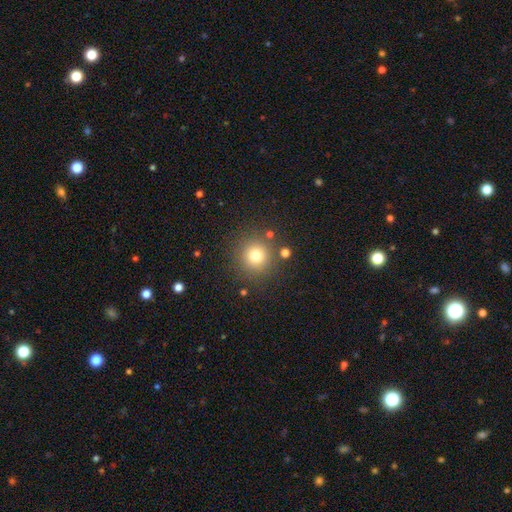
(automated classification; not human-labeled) Smooth or featured: smooth — 77% (star or artifact — 15%)
How rounded: round — 95% (in between — 4%)
Merging: none — 86% (minor disturbance — 7%)